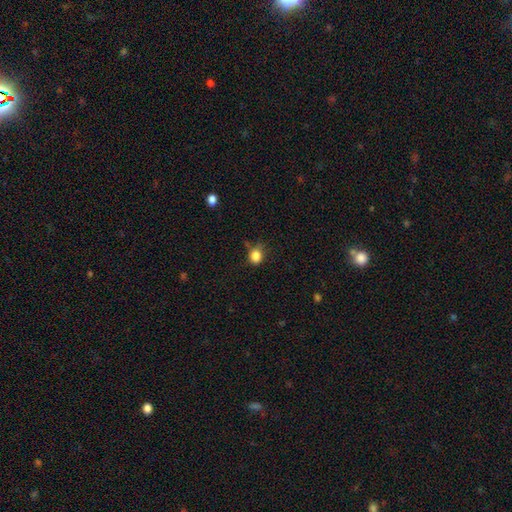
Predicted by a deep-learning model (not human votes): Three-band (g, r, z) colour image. It shows a smooth galaxy with no disk features (85%) that is round (53%). Merging: none (62%).